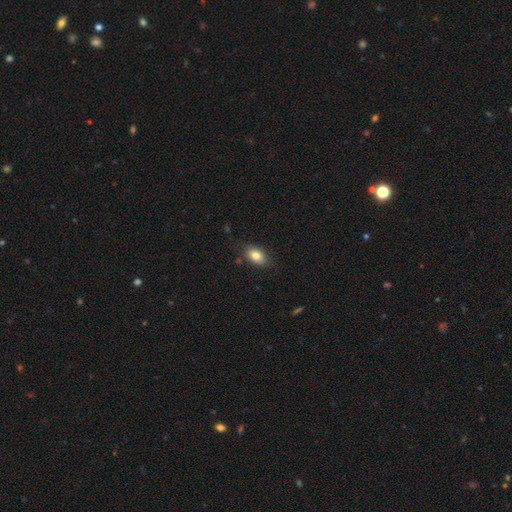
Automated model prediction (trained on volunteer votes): This appears to be a smooth galaxy with no disk features (82%) that is in between round and cigar-shaped (87%). Merging: none (82%).